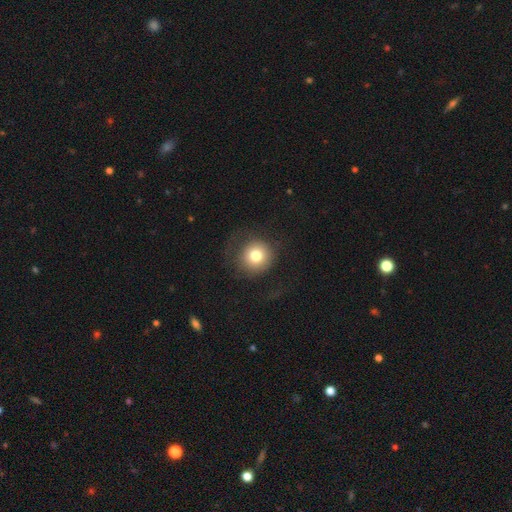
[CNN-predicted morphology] Overall: smooth (76%). How rounded: round (94%). Merging: none (76%).